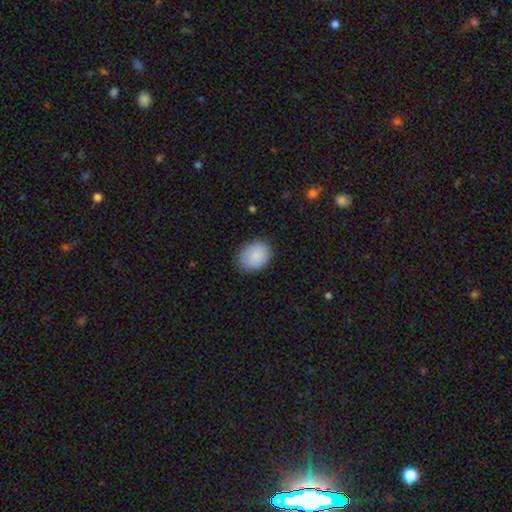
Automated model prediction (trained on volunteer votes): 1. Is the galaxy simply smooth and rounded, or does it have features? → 88% smooth, 7% star or artifact, 5% featured or disk.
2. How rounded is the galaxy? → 59% in between, 40% round, 1% cigar-shaped.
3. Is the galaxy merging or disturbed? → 83% none, 13% minor disturbance, 3% major disturbance, 1% merger.